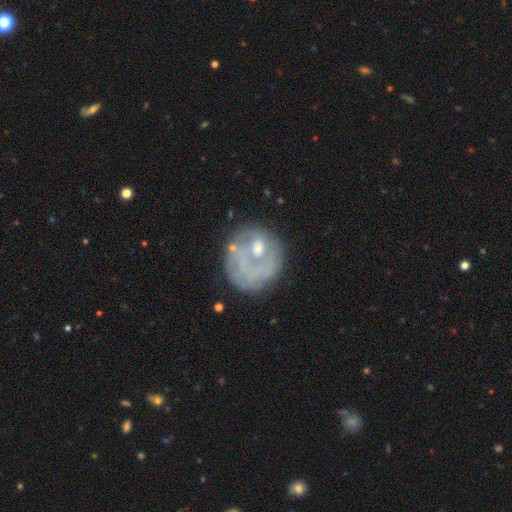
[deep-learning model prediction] Morphology: type=featured or disk (57%); edge-on=no (97%); bar=no (76%); spiral arms=no (62%); bulge=small (38%); merging=none (61%).